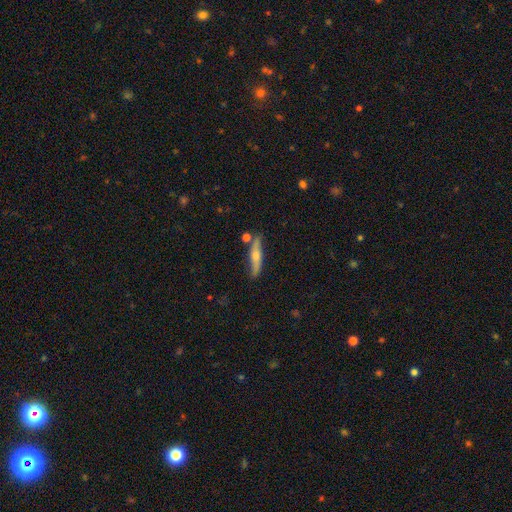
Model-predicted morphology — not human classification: Smooth or featured?
  - featured or disk: 58% *
  - smooth: 35%
  - star or artifact: 7%
Edge-on disk?
  - yes: 87% *
  - no: 13%
Edge-on bulge?
  - rounded: 90% *
  - none: 7%
  - boxy: 3%
Merging?
  - none: 79% *
  - minor disturbance: 13%
  - merger: 5%
  - major disturbance: 3%